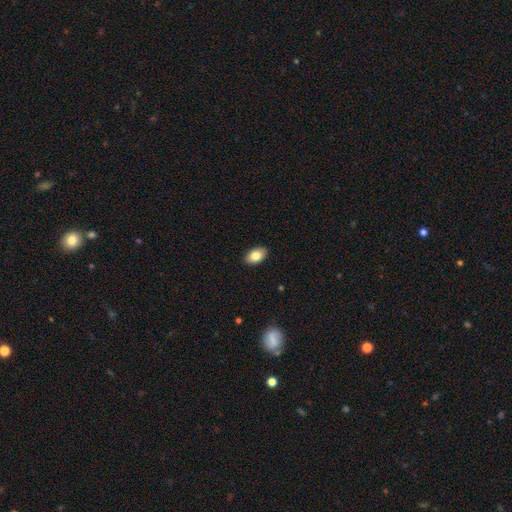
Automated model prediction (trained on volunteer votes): Smooth or featured: smooth — 82% (featured or disk — 10%)
How rounded: in between — 92% (round — 7%)
Merging: none — 90% (minor disturbance — 7%)